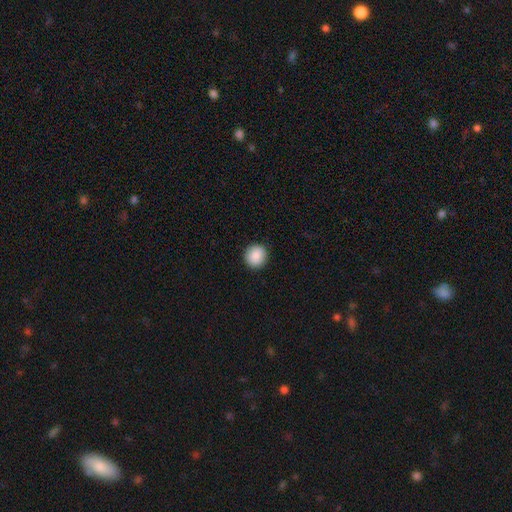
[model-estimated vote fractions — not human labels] smooth_or_featured: smooth (p=0.89) [alt: star or artifact p=0.08]
how_rounded: round (p=0.93) [alt: in between p=0.06]
merging: none (p=0.93) [alt: minor disturbance p=0.05]